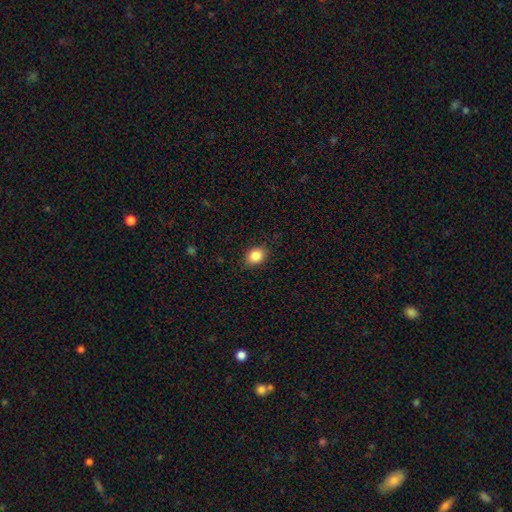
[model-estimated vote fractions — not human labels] A smooth galaxy with no disk features (87%) that is in between round and cigar-shaped (60%). Merging: none (86%).